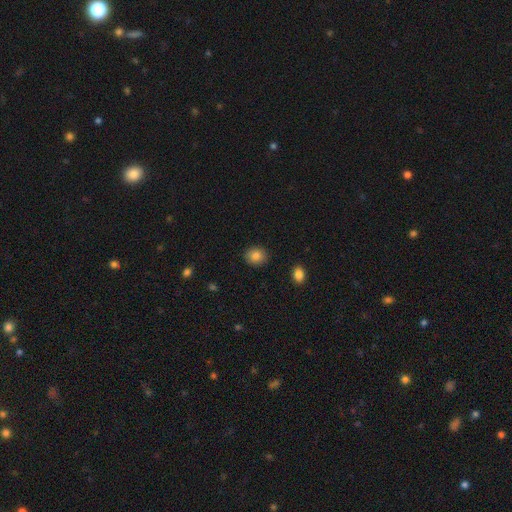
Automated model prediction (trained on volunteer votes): Overall: smooth (85%). How rounded: round (65%; in between 34%). Merging: none (89%).